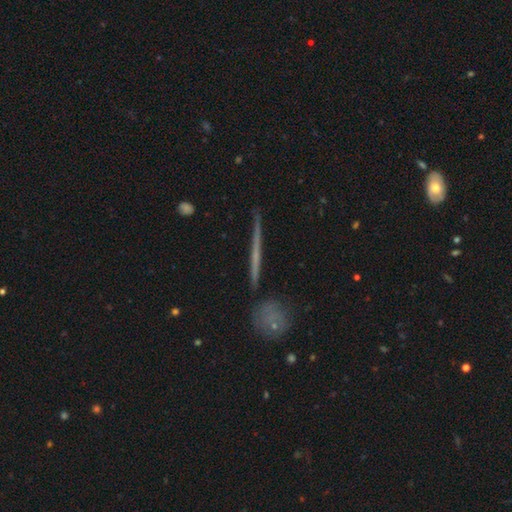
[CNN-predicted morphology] Smooth or featured: featured or disk — 64% (smooth — 28%)
Edge-on disk: yes — 97% (no — 3%)
Edge-on bulge: none — 79% (rounded — 16%)
Merging: none — 89% (minor disturbance — 7%)